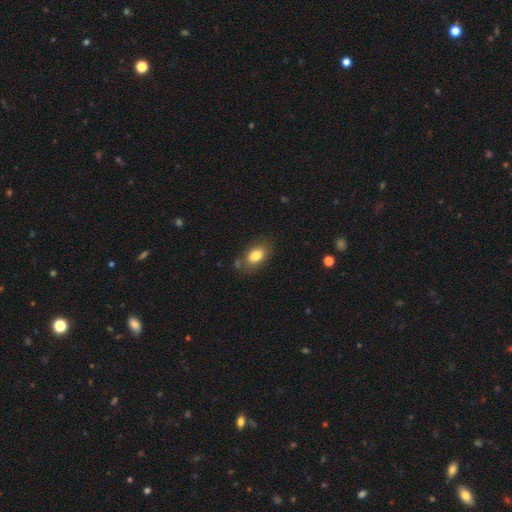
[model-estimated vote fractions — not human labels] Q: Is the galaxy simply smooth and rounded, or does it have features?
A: smooth — 80%.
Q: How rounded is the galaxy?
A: in between — 85%.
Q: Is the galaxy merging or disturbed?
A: none — 74%.